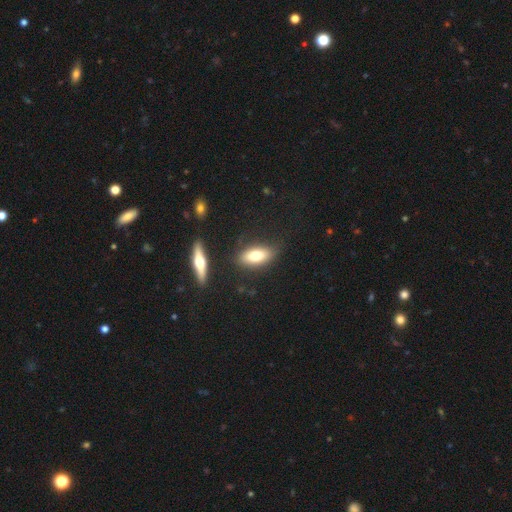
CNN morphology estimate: A smooth galaxy with no disk features (71%) that is in between round and cigar-shaped (79%).

Vote fractions:
- Smooth or featured? smooth: 71% / featured or disk: 21% / star or artifact: 8%
- How rounded? in between: 79% / cigar-shaped: 17% / round: 4%
- Merging? none: 78% / minor disturbance: 13% / merger: 5% / major disturbance: 4%